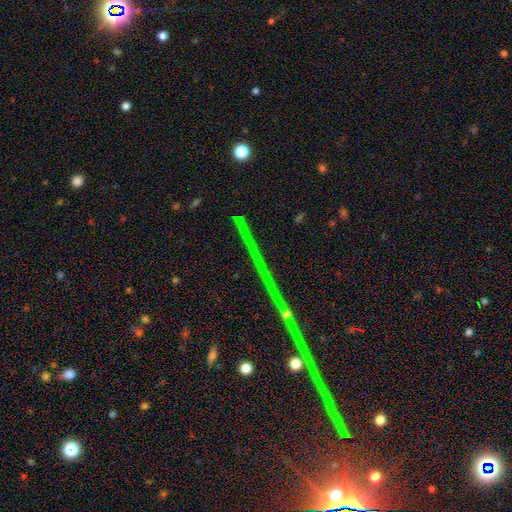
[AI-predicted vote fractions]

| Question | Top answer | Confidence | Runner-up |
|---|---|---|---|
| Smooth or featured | star or artifact | 77% | featured or disk (14%) |